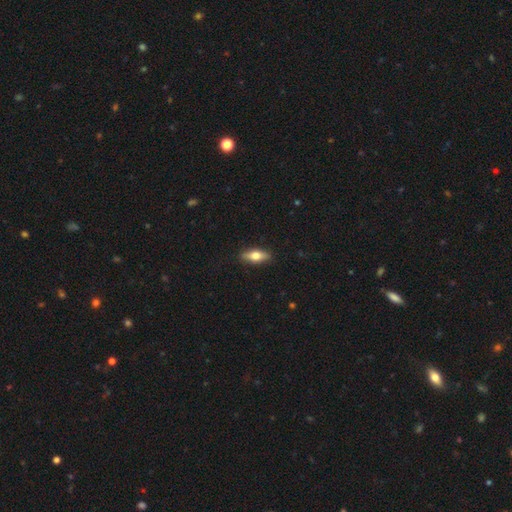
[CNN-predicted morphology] A smooth galaxy with no disk features (57%) that is in between round and cigar-shaped (63%). Merging: none (88%).